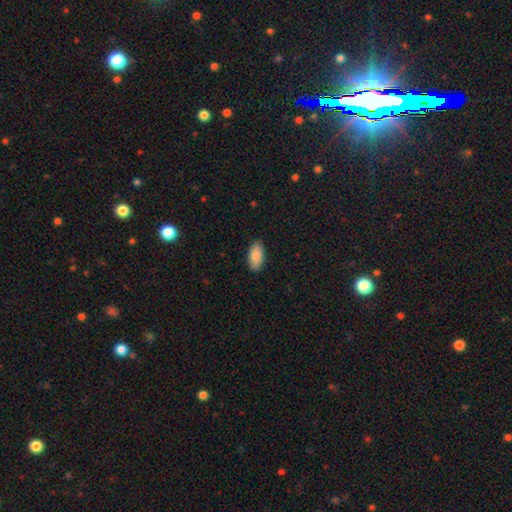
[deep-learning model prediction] Smooth or featured?
  - smooth: 87% *
  - featured or disk: 7%
  - star or artifact: 6%
How rounded?
  - in between: 93% *
  - cigar-shaped: 5%
  - round: 2%
Merging?
  - none: 86% *
  - minor disturbance: 11%
  - major disturbance: 2%
  - merger: 1%